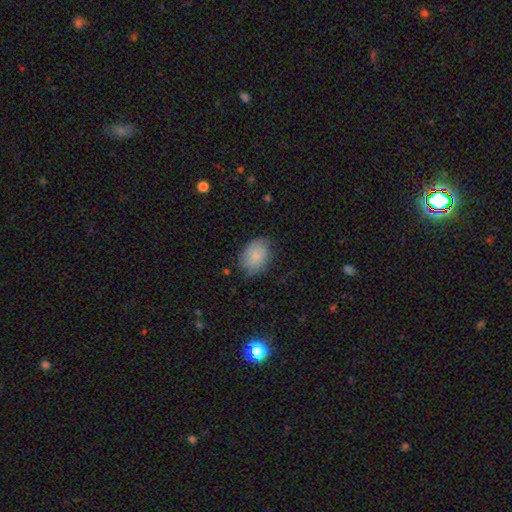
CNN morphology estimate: type=smooth (78%); roundness=in between (71%); merging=none (68%).